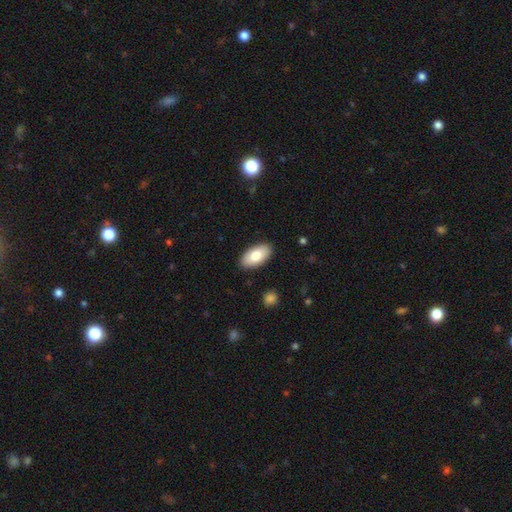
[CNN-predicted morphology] Overall: smooth (82%). How rounded: in between (95%). Merging: none (89%).